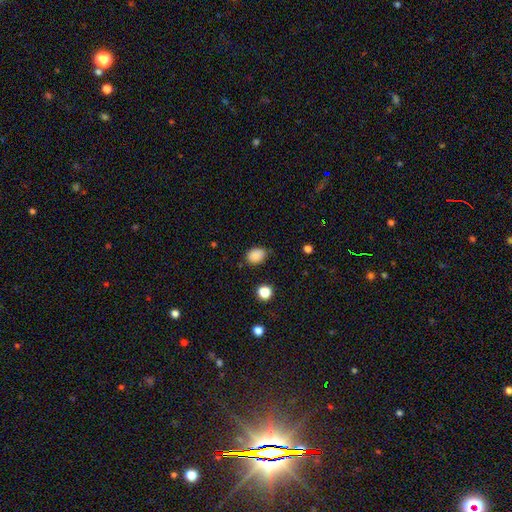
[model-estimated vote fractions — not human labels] Q: Smooth or featured?
A: smooth (86%); runner-up: star or artifact (10%)
Q: How rounded?
A: in between (63%); runner-up: round (36%)
Q: Merging?
A: none (74%); runner-up: minor disturbance (20%)